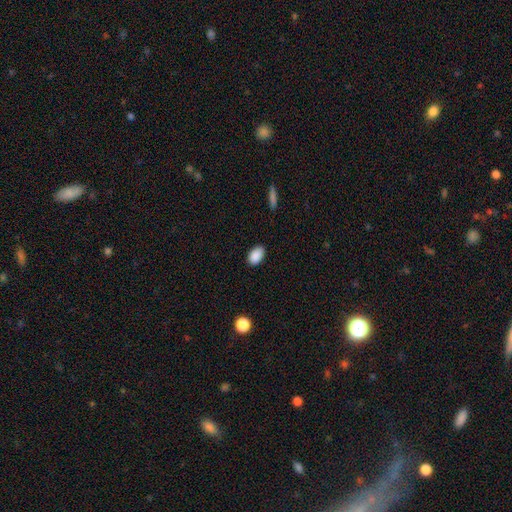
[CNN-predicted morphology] Smooth or featured? smooth (89%)
How rounded? in between (91%)
Merging? none (86%)